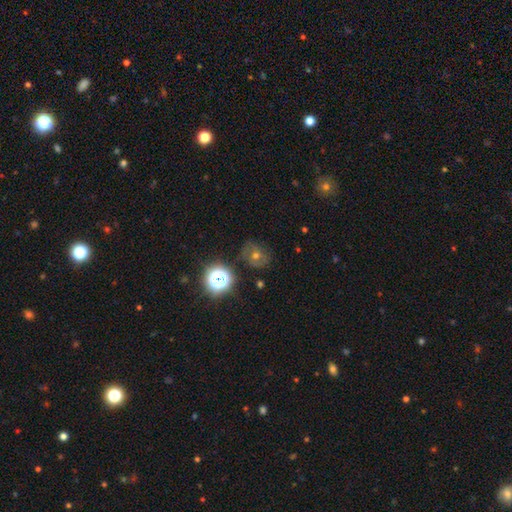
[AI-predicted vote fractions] Q: Smooth or featured?
A: smooth (37%); runner-up: featured or disk (34%)
Q: Merging?
A: none (75%); runner-up: minor disturbance (16%)